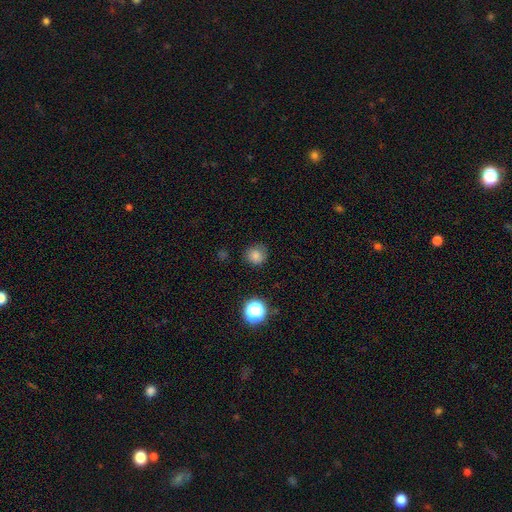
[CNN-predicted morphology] The model was most divided on "smooth or featured": smooth: 78%, star or artifact: 15%, featured or disk: 7%. More confident: how rounded — round (90%); merging — none (81%).